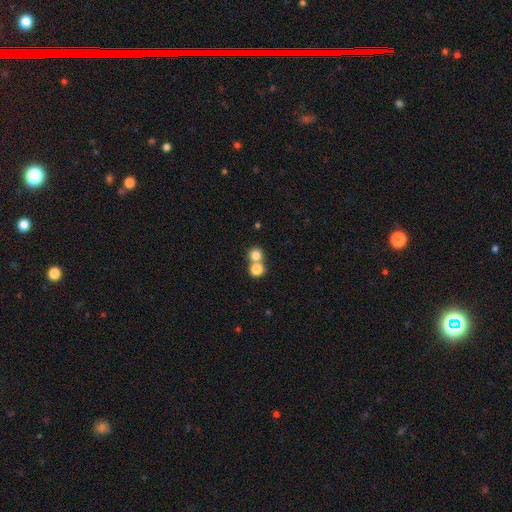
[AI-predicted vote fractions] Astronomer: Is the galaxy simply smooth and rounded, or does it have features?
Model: smooth — 79%.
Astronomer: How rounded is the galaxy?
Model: round — 88%.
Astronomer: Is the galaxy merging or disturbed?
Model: none — 50% (runner-up: merger, 42%).